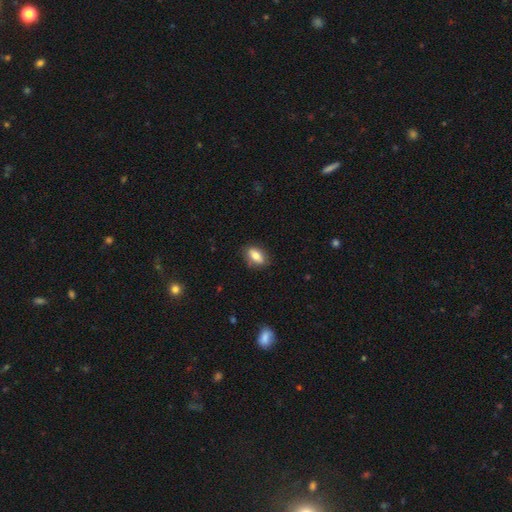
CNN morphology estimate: Smooth or featured? Predicted: smooth (p=0.77). How rounded? Predicted: in between (p=0.85). Merging? Predicted: none (p=0.81).